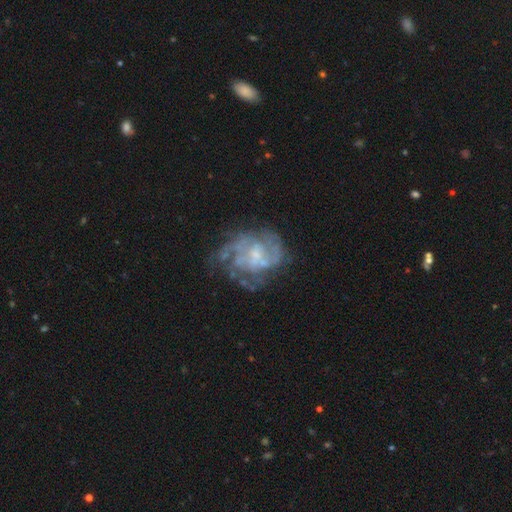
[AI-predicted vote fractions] Smooth or featured?
  - featured or disk: 78% *
  - smooth: 13%
  - star or artifact: 9%
Edge-on disk?
  - no: 98% *
  - yes: 2%
Bar?
  - no: 58% *
  - weak: 36%
  - strong: 6%
Spiral arms?
  - yes: 73% *
  - no: 27%
Spiral winding?
  - medium: 41% *
  - tight: 40%
  - loose: 19%
Spiral arm count?
  - can't tell: 45% *
  - 2: 18%
  - 3: 17%
  - 4: 10%
  - 1: 5%
  - more than 4: 5%
Bulge size?
  - small: 47% *
  - moderate: 30%
  - none: 19%
  - large: 3%
  - dominant: 1%
Merging?
  - none: 52% *
  - major disturbance: 23%
  - minor disturbance: 22%
  - merger: 3%